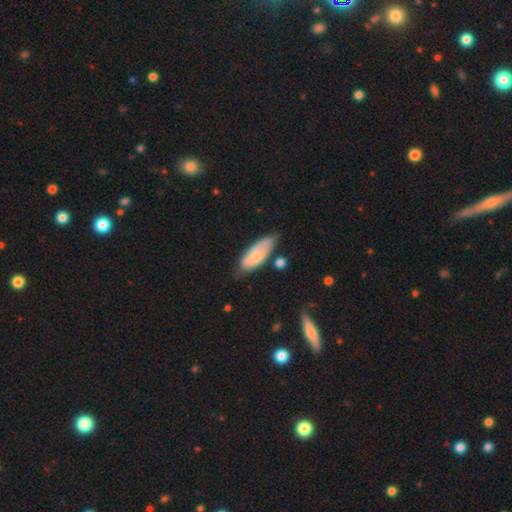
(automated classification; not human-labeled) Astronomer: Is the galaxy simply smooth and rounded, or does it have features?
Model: smooth — 63%.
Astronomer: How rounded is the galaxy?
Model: in between — 76%.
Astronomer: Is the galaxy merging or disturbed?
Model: none — 56%.